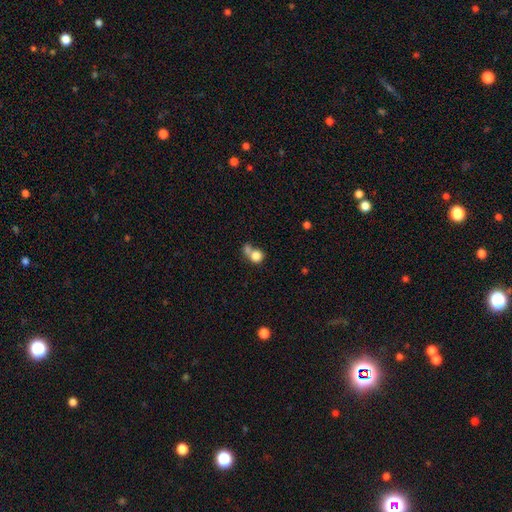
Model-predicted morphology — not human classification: A smooth galaxy with no disk features (79%) that is round (80%).

Vote fractions:
- Smooth or featured? smooth: 79% / featured or disk: 11% / star or artifact: 10%
- How rounded? round: 80% / in between: 19% / cigar-shaped: 1%
- Merging? merger: 51% / none: 34% / minor disturbance: 9% / major disturbance: 6%